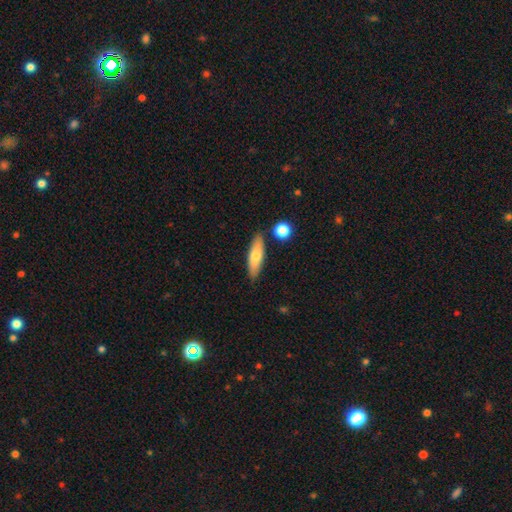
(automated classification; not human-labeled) A smooth galaxy with no disk features (70%) that is cigar-shaped (56%).

Vote fractions:
- Smooth or featured? smooth: 70% / featured or disk: 24% / star or artifact: 6%
- How rounded? cigar-shaped: 56% / in between: 42% / round: 3%
- Merging? none: 82% / minor disturbance: 11% / merger: 5% / major disturbance: 2%